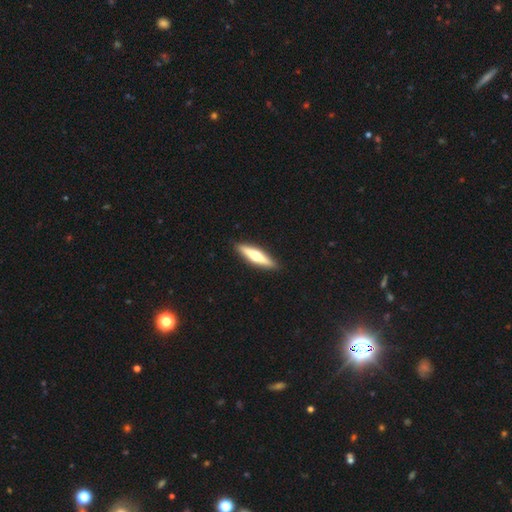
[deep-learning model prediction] Smooth or featured? featured or disk (50%)
Merging? none (91%)